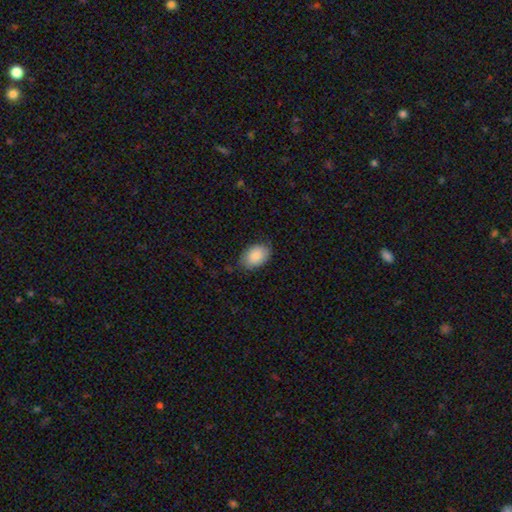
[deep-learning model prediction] A smooth galaxy with no disk features (85%) that is in between round and cigar-shaped (87%). Merging: none (74%).